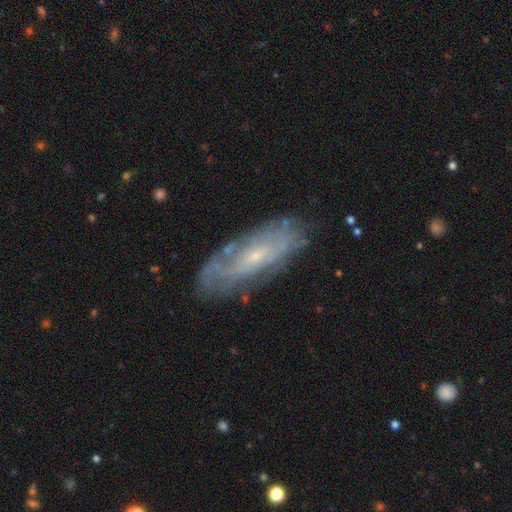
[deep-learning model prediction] Q: Smooth or featured?
A: featured or disk (70%); runner-up: smooth (23%)
Q: Edge-on disk?
A: no (83%); runner-up: yes (17%)
Q: Bar?
A: no (68%); runner-up: weak (26%)
Q: Spiral arms?
A: yes (73%); runner-up: no (27%)
Q: Bulge size?
A: small (75%); runner-up: moderate (19%)
Q: Merging?
A: none (73%); runner-up: minor disturbance (18%)